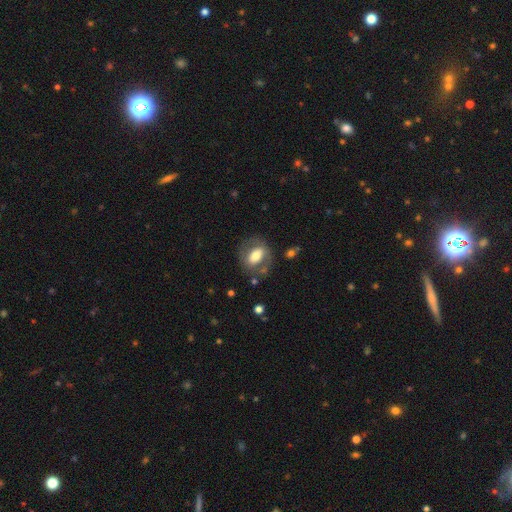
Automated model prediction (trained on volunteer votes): This appears to be a smooth galaxy with no disk features (53%) that is in between round and cigar-shaped (68%). Merging: none (67%).